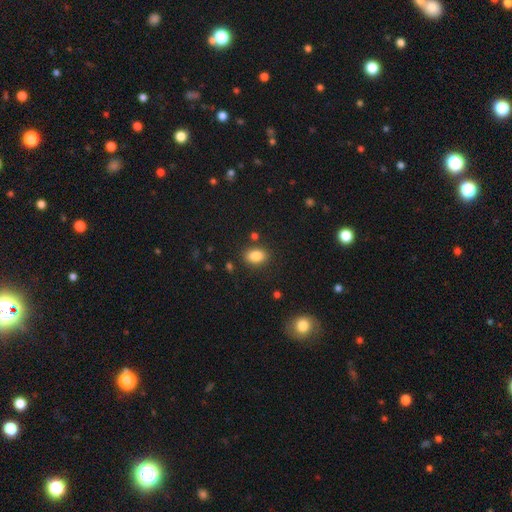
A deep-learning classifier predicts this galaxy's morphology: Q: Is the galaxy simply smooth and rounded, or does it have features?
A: smooth — 85%.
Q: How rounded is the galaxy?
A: in between — 80%.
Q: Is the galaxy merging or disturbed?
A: none — 84%.